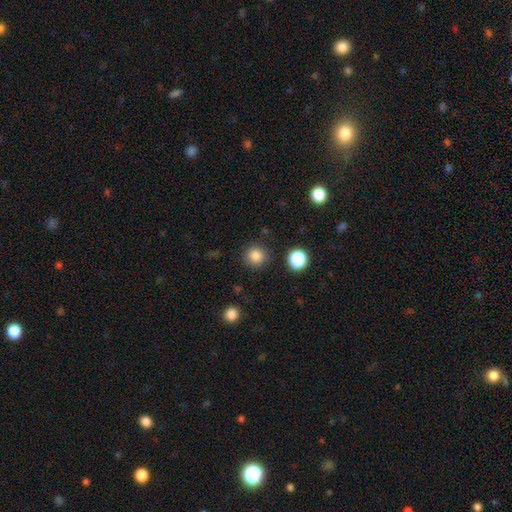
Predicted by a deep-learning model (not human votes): smooth-or-featured: smooth: 84% | star or artifact: 12% | featured or disk: 4%
  how-rounded: round: 93% | in between: 6% | cigar-shaped: 1%
  merging: none: 89% | minor disturbance: 7% | major disturbance: 3% | merger: 2%